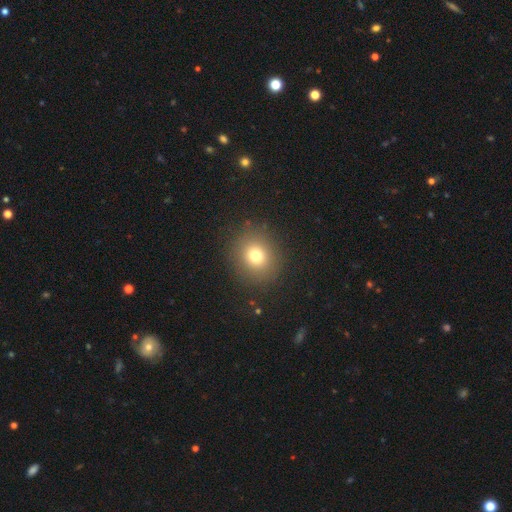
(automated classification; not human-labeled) The model was most divided on "smooth or featured": smooth: 75%, star or artifact: 15%, featured or disk: 10%. More confident: merging — none (88%); how rounded — round (81%).